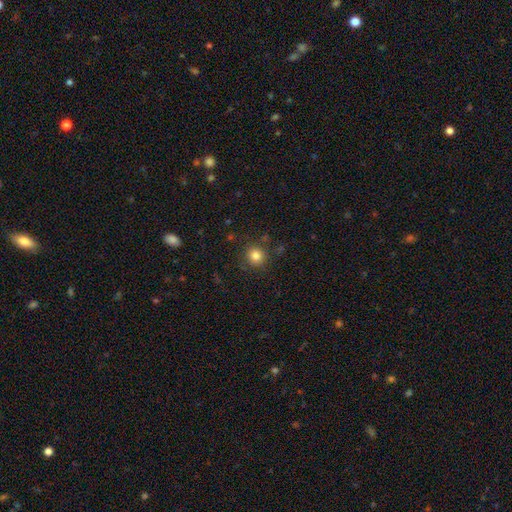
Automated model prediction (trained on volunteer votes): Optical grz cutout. It shows a smooth galaxy with no disk features (82%) that is round (92%). Merging: none (86%).